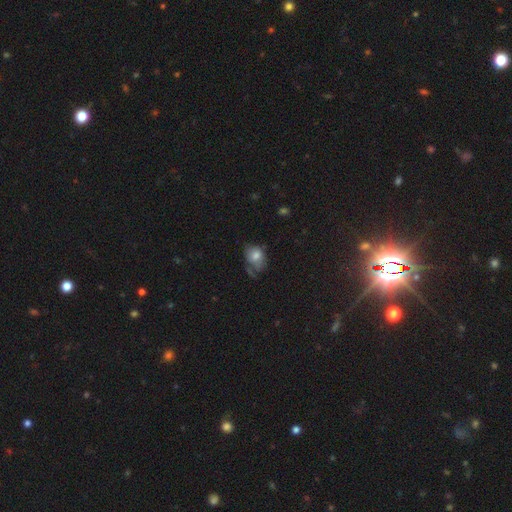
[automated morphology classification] The model was most divided on "merging": none: 35%, minor disturbance: 33%, major disturbance: 25%, merger: 7%. More confident: smooth or featured — smooth (71%); how rounded — in between (62%).